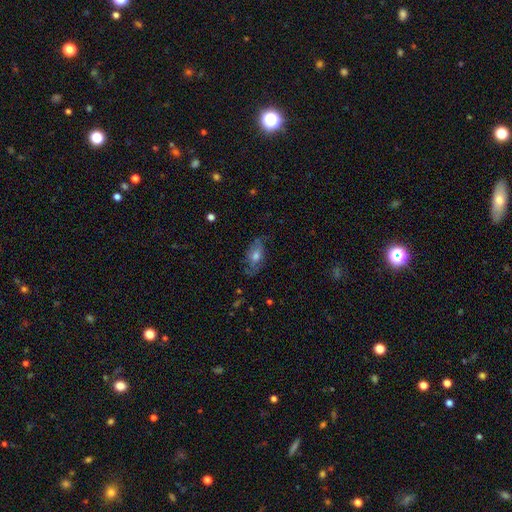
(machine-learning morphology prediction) Smooth or featured? featured or disk (48%)
Merging? none (67%)